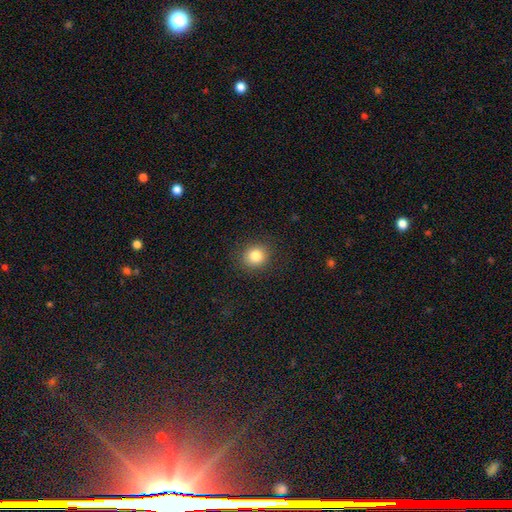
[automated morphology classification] Smooth or featured: smooth — 83% (star or artifact — 11%)
How rounded: round — 82% (in between — 17%)
Merging: none — 89% (minor disturbance — 7%)